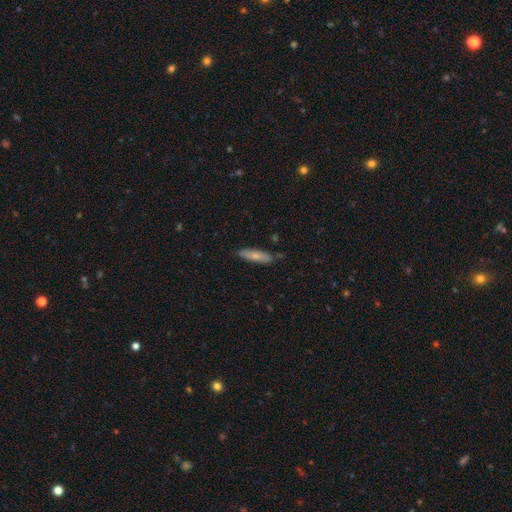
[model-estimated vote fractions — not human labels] smooth 71%, featured or disk 23%, star or artifact 6%. Down the decision tree: how rounded — cigar-shaped (67%); merging — none (82%).